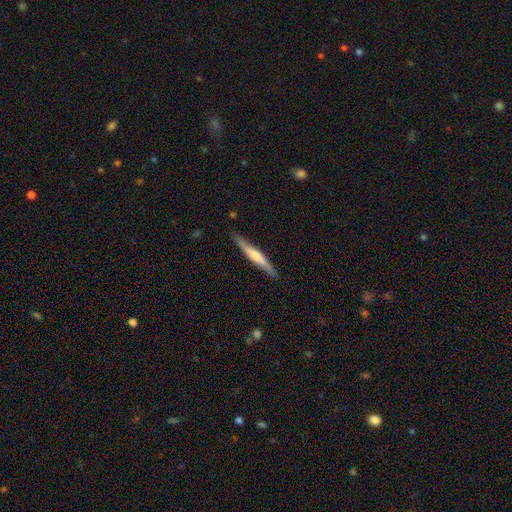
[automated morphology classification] Smooth or featured?
  - featured or disk: 51% *
  - smooth: 44%
  - star or artifact: 5%
Edge-on disk?
  - yes: 92% *
  - no: 8%
Merging?
  - none: 84% *
  - minor disturbance: 12%
  - major disturbance: 2%
  - merger: 1%